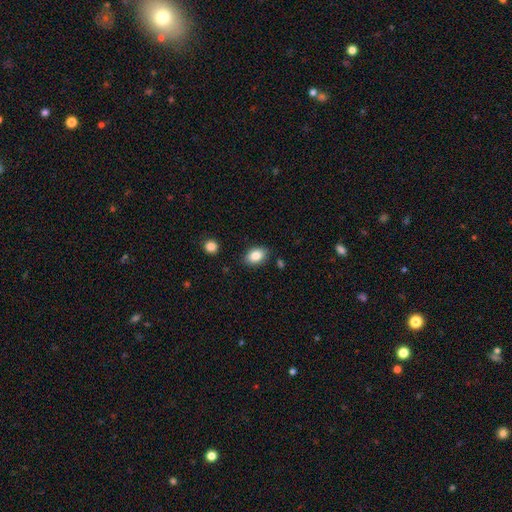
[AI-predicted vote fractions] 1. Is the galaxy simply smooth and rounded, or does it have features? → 85% smooth, 8% star or artifact, 7% featured or disk.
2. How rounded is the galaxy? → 81% in between, 17% round, 1% cigar-shaped.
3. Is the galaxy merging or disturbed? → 84% none, 11% minor disturbance, 2% major disturbance, 2% merger.